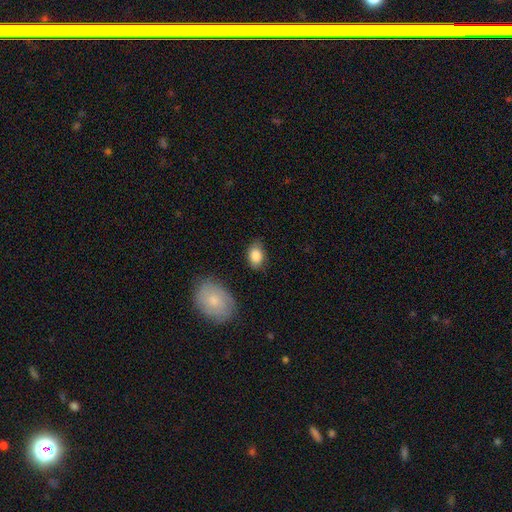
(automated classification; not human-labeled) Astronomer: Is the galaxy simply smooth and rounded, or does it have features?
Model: smooth — 85%.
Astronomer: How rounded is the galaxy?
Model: in between — 82%.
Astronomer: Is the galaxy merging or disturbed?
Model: none — 80%.